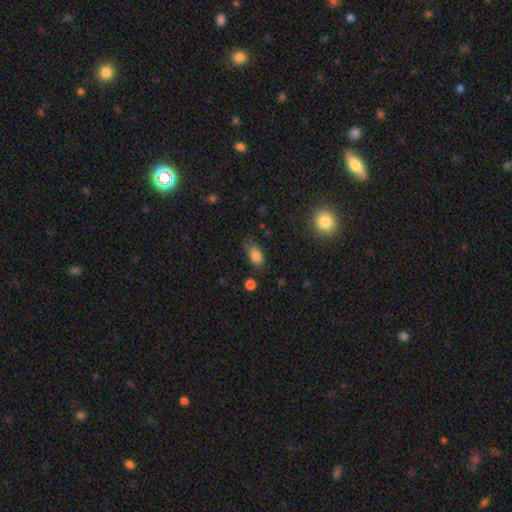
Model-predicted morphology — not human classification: Smooth or featured?
  - smooth: 82% *
  - star or artifact: 9%
  - featured or disk: 9%
How rounded?
  - in between: 87% *
  - round: 7%
  - cigar-shaped: 7%
Merging?
  - none: 59% *
  - minor disturbance: 29%
  - major disturbance: 9%
  - merger: 3%